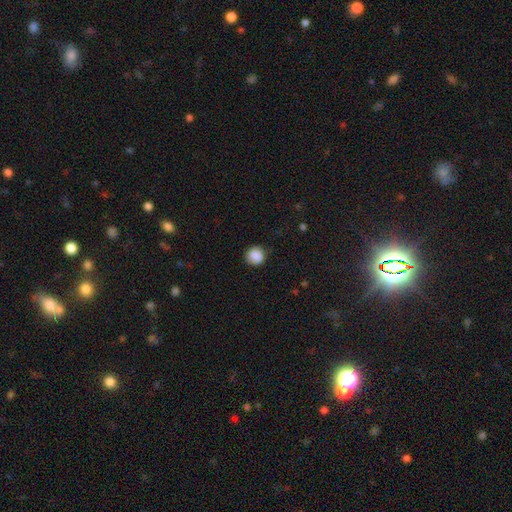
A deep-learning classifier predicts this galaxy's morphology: Overall: smooth (88%). How rounded: round (90%). Merging: none (84%).